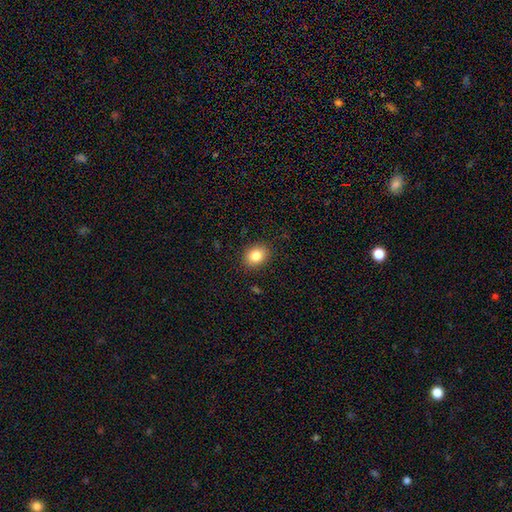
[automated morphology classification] smooth-or-featured: smooth: 83% | star or artifact: 9% | featured or disk: 7%
  how-rounded: in between: 51% | round: 48% | cigar-shaped: 1%
  merging: none: 89% | minor disturbance: 8% | major disturbance: 2% | merger: 1%